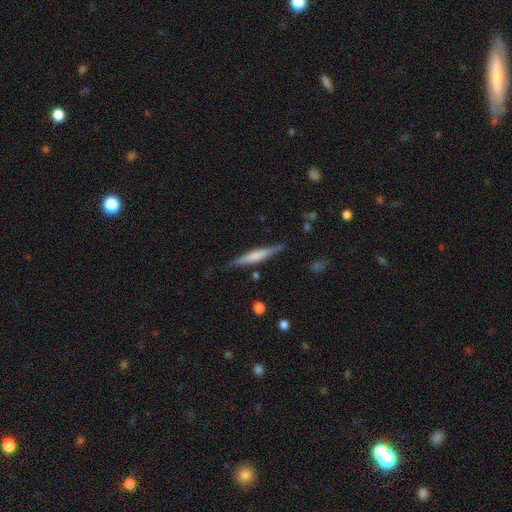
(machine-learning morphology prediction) Overall: smooth (48%; featured or disk 46%). Merging: none (84%).